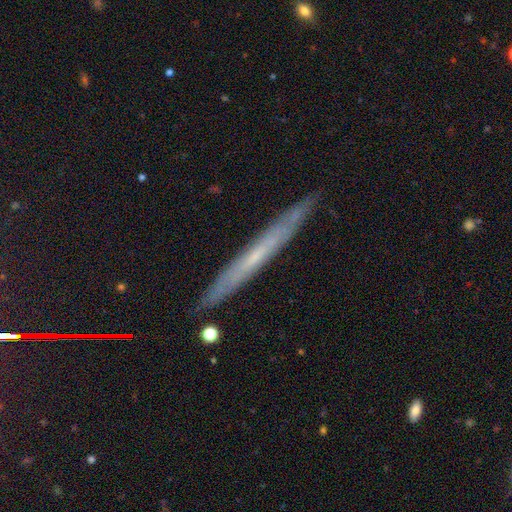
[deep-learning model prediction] Smooth or featured? Predicted: featured or disk (p=0.59). Edge-on disk? Predicted: yes (p=0.91). Edge-on bulge? Predicted: none (p=0.77). Merging? Predicted: none (p=0.89).